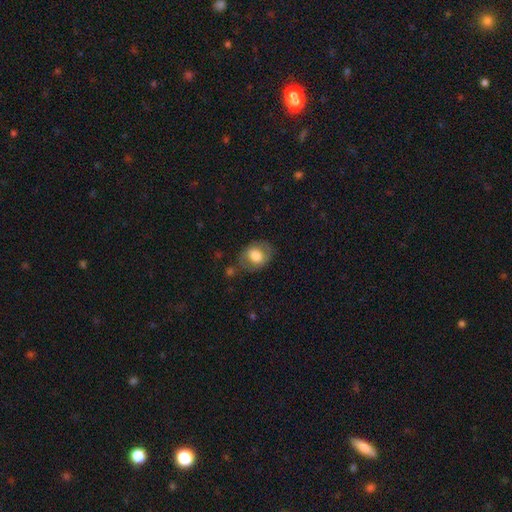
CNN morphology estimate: type=smooth (70%); roundness=in between (61%); merging=none (65%).